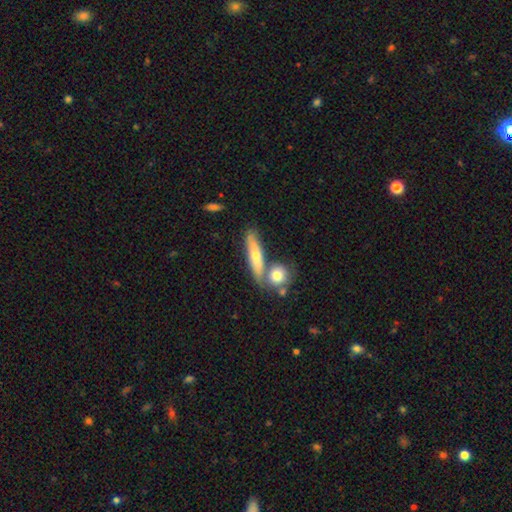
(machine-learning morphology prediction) Q: Smooth or featured?
A: smooth (50%); runner-up: featured or disk (43%)
Q: How rounded?
A: cigar-shaped (73%); runner-up: in between (21%)
Q: Merging?
A: none (63%); runner-up: merger (22%)